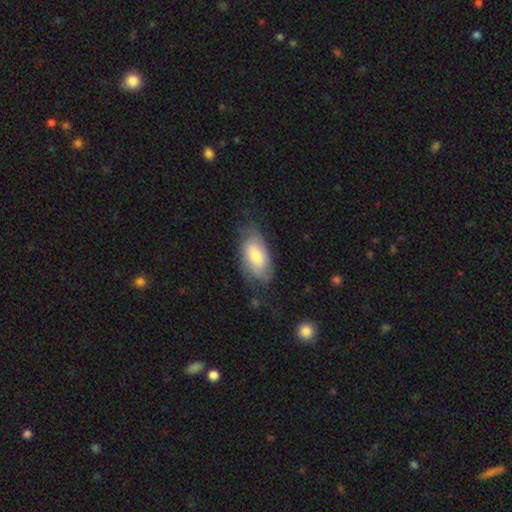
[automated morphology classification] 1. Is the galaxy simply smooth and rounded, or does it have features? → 67% smooth, 27% featured or disk, 6% star or artifact.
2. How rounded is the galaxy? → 92% in between, 5% cigar-shaped, 3% round.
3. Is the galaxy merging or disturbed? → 62% none, 27% minor disturbance, 9% major disturbance, 2% merger.